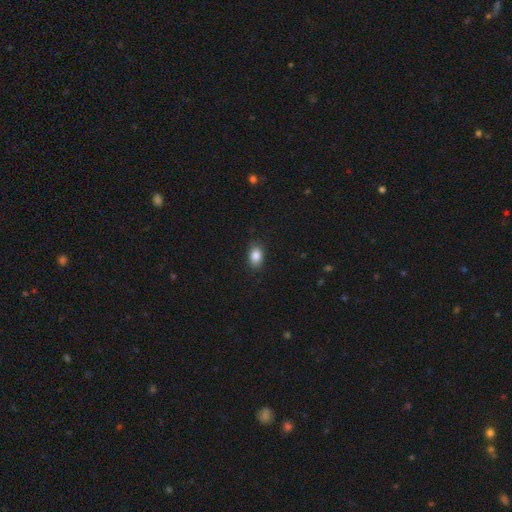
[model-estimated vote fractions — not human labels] Overall: smooth (86%). How rounded: in between (83%). Merging: none (87%).